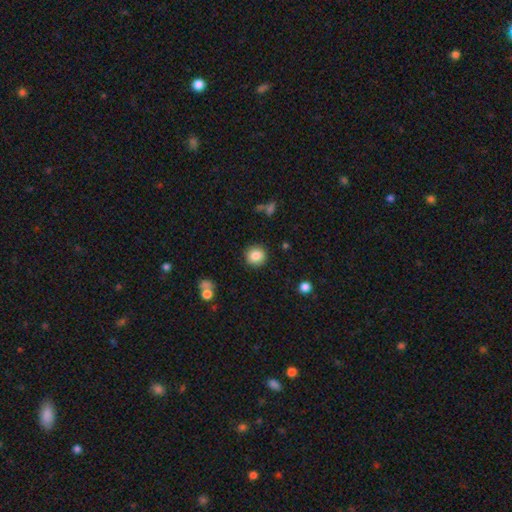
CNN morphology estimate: This is clearly a smooth galaxy (85%). How rounded: clearly round (92%). Merging: clearly none (90%).